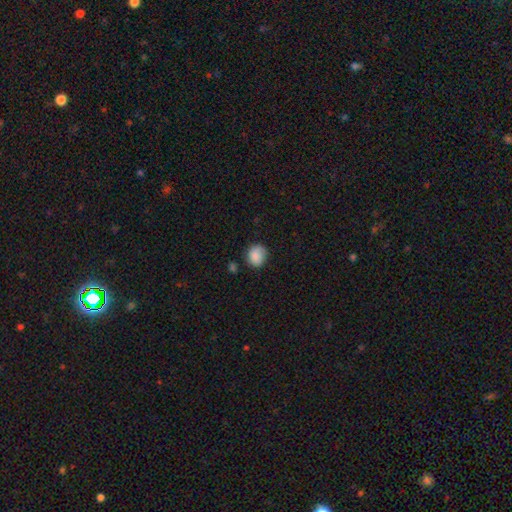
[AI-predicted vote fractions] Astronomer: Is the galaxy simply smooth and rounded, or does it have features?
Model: smooth — 85%.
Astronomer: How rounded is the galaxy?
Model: round — 69%.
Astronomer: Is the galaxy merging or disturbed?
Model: none — 68%.